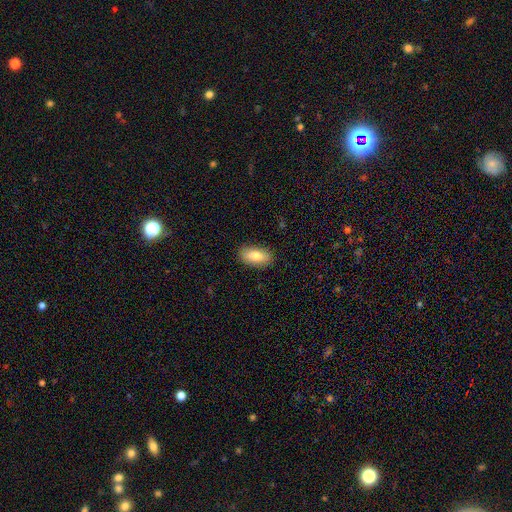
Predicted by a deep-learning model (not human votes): This is likely a smooth galaxy (79%). How rounded: clearly in between (90%). Merging: clearly none (87%).